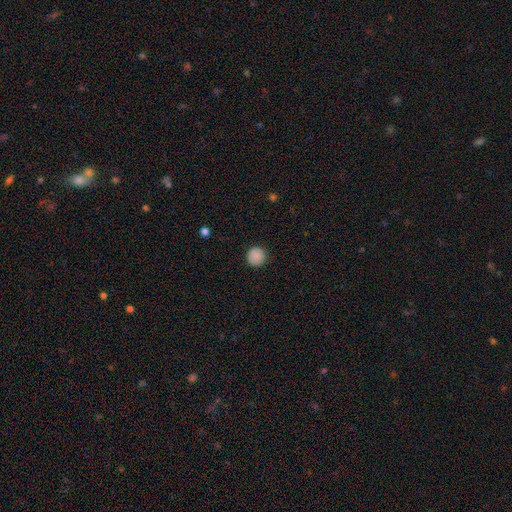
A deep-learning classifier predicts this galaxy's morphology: Smooth or featured: smooth — 88% (star or artifact — 9%)
How rounded: round — 95% (in between — 4%)
Merging: none — 90% (minor disturbance — 7%)